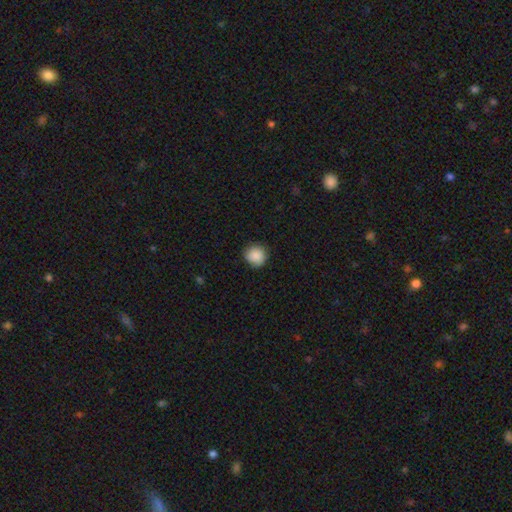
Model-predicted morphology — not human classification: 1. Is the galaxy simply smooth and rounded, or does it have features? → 89% smooth, 8% star or artifact, 3% featured or disk.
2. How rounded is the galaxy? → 93% round, 6% in between, 1% cigar-shaped.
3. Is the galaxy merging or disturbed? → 87% none, 10% minor disturbance, 2% major disturbance, 1% merger.